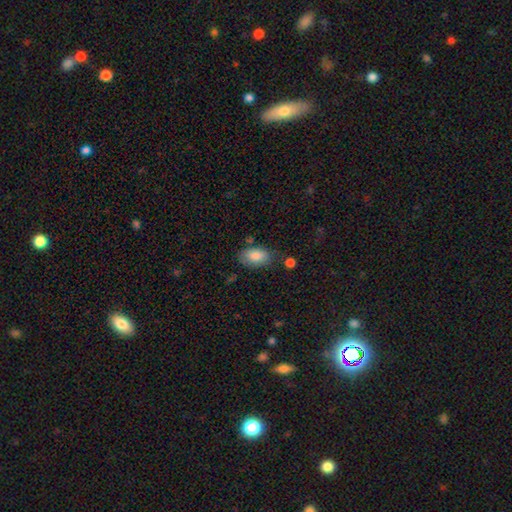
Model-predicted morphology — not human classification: Overall: smooth (86%). How rounded: in between (92%). Merging: none (69%).